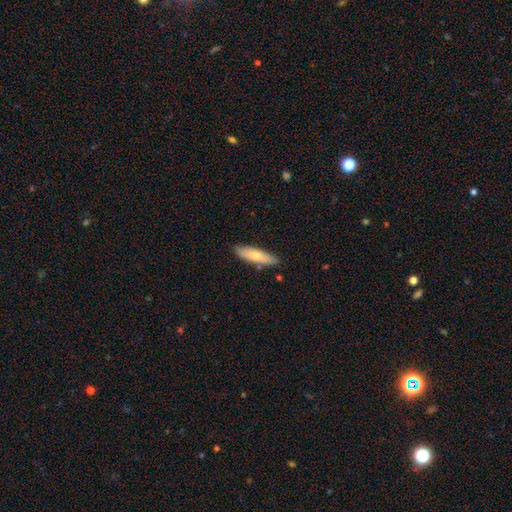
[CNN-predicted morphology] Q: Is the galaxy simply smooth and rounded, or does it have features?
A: smooth — 71%.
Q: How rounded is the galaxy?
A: cigar-shaped — 61%.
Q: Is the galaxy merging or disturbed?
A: none — 83%.